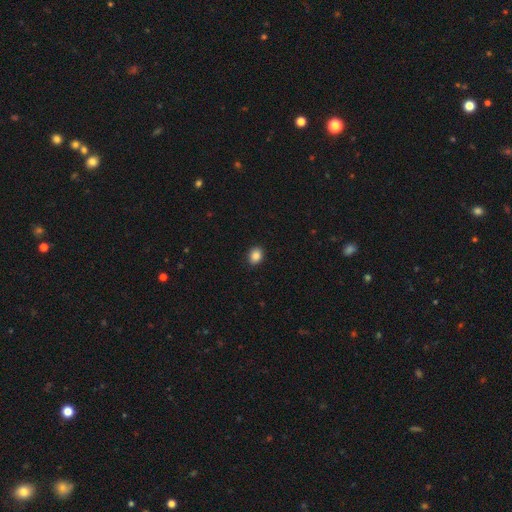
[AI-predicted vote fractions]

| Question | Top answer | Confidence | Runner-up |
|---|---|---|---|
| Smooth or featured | smooth | 87% | star or artifact (10%) |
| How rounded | round | 55% | in between (44%) |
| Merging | none | 90% | minor disturbance (7%) |